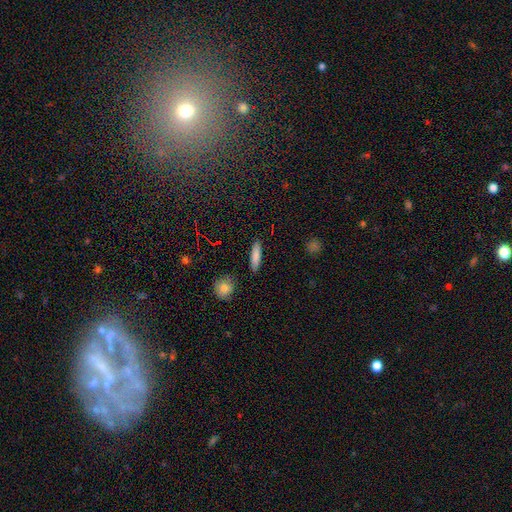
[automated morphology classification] Smooth or featured?
  - smooth: 83% *
  - featured or disk: 9%
  - star or artifact: 7%
How rounded?
  - cigar-shaped: 74% *
  - in between: 24%
  - round: 2%
Merging?
  - none: 90% *
  - minor disturbance: 7%
  - major disturbance: 2%
  - merger: 2%